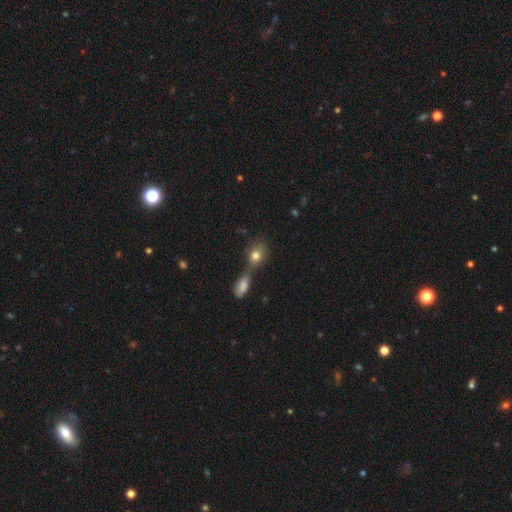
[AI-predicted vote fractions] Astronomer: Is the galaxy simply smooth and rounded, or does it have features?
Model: smooth — 79%.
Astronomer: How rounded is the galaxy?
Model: in between — 59% (runner-up: round, 38%).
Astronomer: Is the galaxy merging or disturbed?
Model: merger — 55% (runner-up: none, 31%).